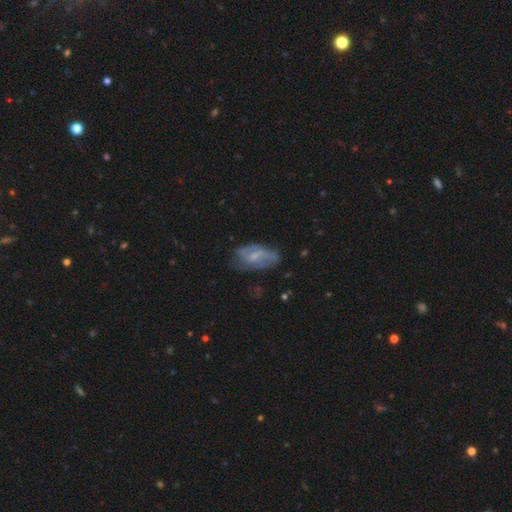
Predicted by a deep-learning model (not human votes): Morphology: type=featured or disk (59%); edge-on=no (94%); bar=weak (47%); spiral arms=yes (73%); bulge=small (48%); merging=none (54%).